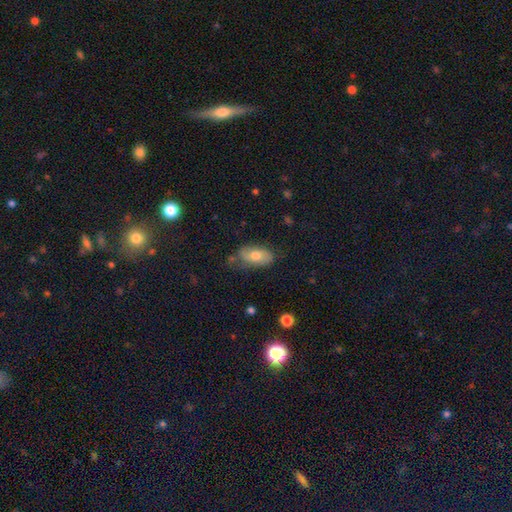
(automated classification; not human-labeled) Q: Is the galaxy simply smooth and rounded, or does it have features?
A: smooth — 60%.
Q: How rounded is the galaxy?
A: in between — 90%.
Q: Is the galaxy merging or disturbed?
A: none — 63%.